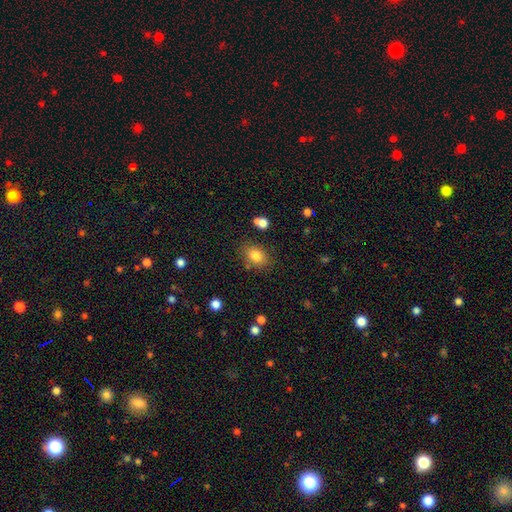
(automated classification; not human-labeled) Q: Smooth or featured?
A: smooth (82%); runner-up: star or artifact (10%)
Q: How rounded?
A: in between (70%); runner-up: round (29%)
Q: Merging?
A: none (77%); runner-up: minor disturbance (14%)